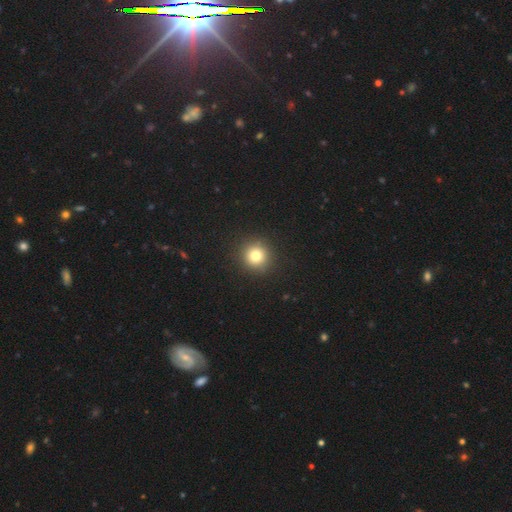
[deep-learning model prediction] The model was most divided on "smooth or featured": smooth: 79%, star or artifact: 14%, featured or disk: 8%. More confident: how rounded — round (94%); merging — none (92%).